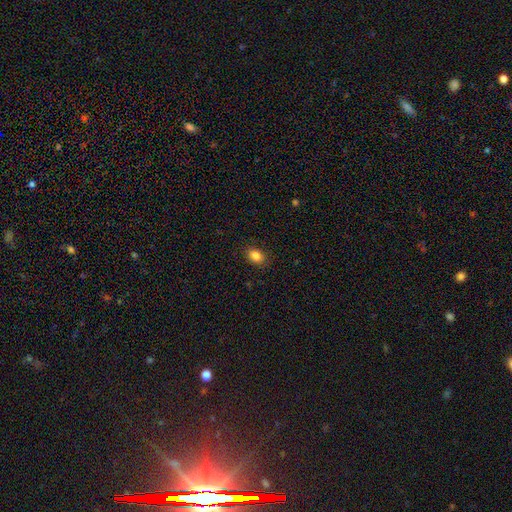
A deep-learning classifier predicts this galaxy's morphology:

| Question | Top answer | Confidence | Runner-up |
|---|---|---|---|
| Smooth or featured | smooth | 85% | star or artifact (9%) |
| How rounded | in between | 72% | round (26%) |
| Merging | none | 88% | minor disturbance (9%) |